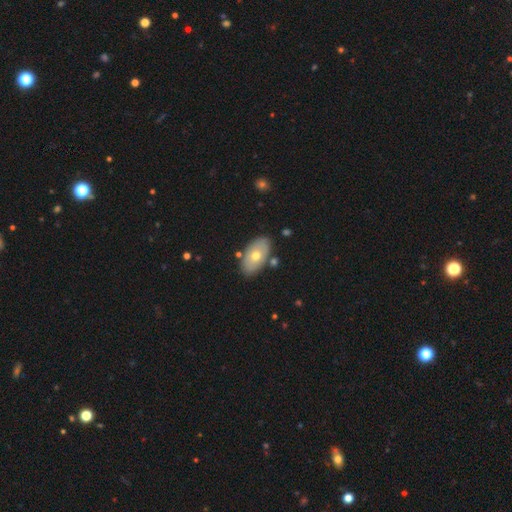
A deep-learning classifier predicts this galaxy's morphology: Smooth or featured? smooth (60%)
How rounded? in between (93%)
Merging? none (82%)